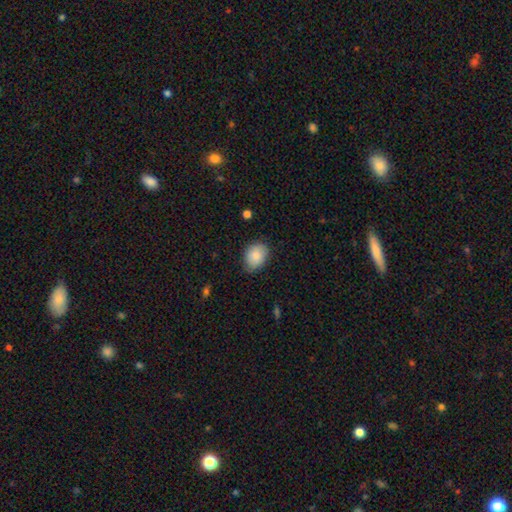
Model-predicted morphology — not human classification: Q: Smooth or featured?
A: smooth (84%); runner-up: featured or disk (9%)
Q: How rounded?
A: in between (66%); runner-up: round (33%)
Q: Merging?
A: none (76%); runner-up: minor disturbance (20%)